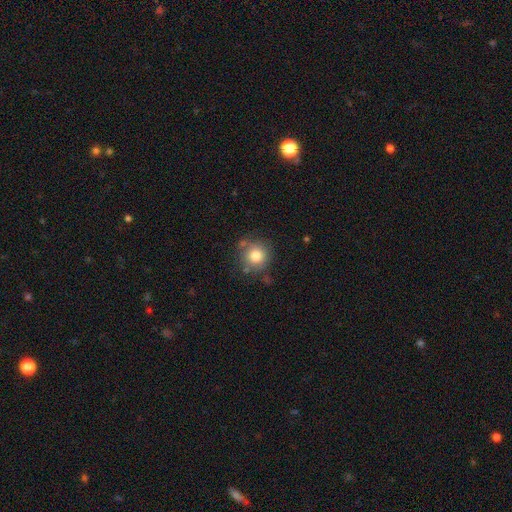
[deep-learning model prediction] smooth 81%, star or artifact 10%, featured or disk 9%. Down the decision tree: how rounded — round (92%); merging — none (76%).